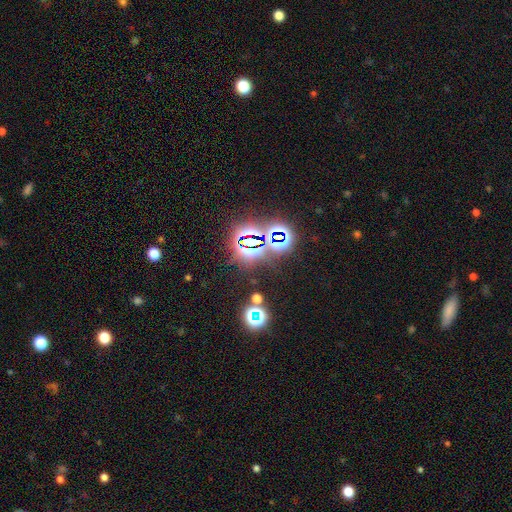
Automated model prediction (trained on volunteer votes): A star or artifact, not a galaxy (76%).